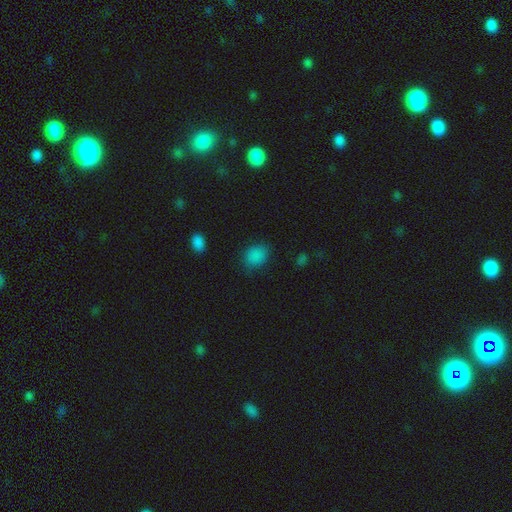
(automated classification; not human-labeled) A smooth galaxy with no disk features (85%) that is in between round and cigar-shaped (52%). Merging: none (78%).